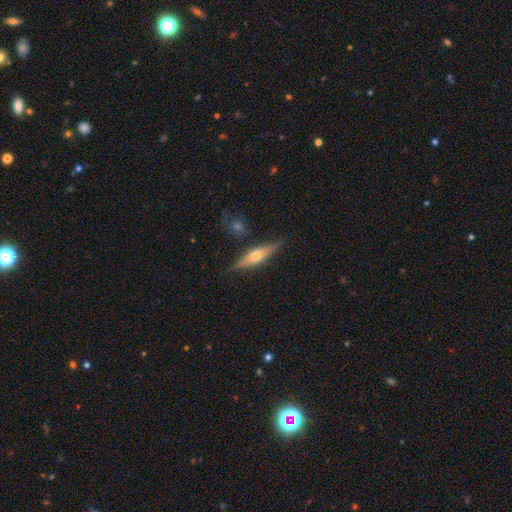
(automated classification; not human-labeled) Smooth or featured?
  - featured or disk: 71% *
  - smooth: 22%
  - star or artifact: 7%
Edge-on disk?
  - yes: 96% *
  - no: 4%
Edge-on bulge?
  - rounded: 88% *
  - boxy: 9%
  - none: 3%
Merging?
  - none: 83% *
  - minor disturbance: 11%
  - major disturbance: 3%
  - merger: 3%